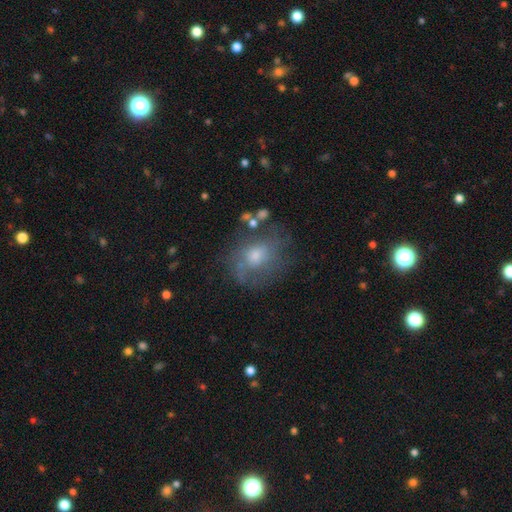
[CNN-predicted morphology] A featured or disk galaxy (46%).

Vote fractions:
- Smooth or featured? featured or disk: 46% / smooth: 42% / star or artifact: 12%
- Merging? none: 56% / minor disturbance: 23% / major disturbance: 17% / merger: 4%